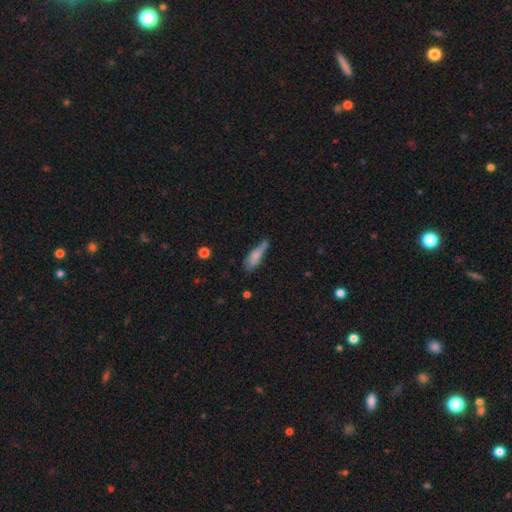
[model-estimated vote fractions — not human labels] A smooth galaxy with no disk features (72%) that is cigar-shaped (53%).

Vote fractions:
- Smooth or featured? smooth: 72% / featured or disk: 20% / star or artifact: 8%
- How rounded? cigar-shaped: 53% / in between: 45% / round: 2%
- Merging? none: 38% / minor disturbance: 37% / major disturbance: 16% / merger: 10%